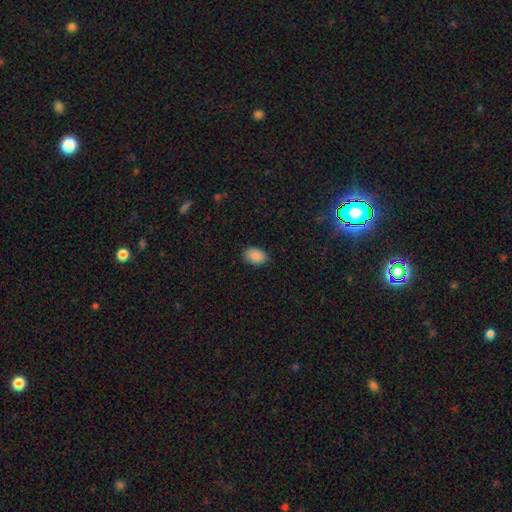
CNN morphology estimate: type=smooth (89%); roundness=in between (83%); merging=none (86%).